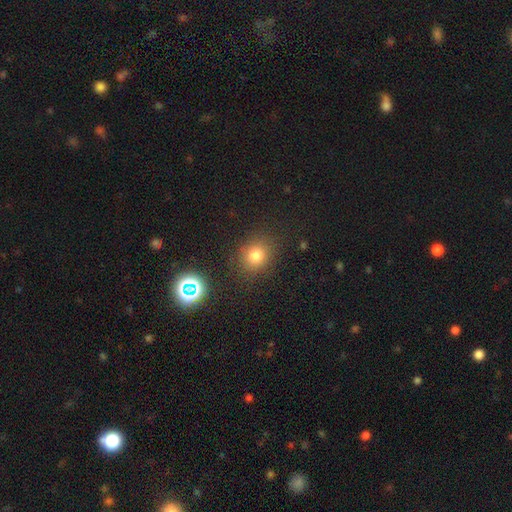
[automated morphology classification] A smooth galaxy with no disk features (76%) that is round (73%).

Vote fractions:
- Smooth or featured? smooth: 76% / star or artifact: 17% / featured or disk: 7%
- How rounded? round: 73% / in between: 26% / cigar-shaped: 1%
- Merging? none: 85% / minor disturbance: 9% / major disturbance: 4% / merger: 2%